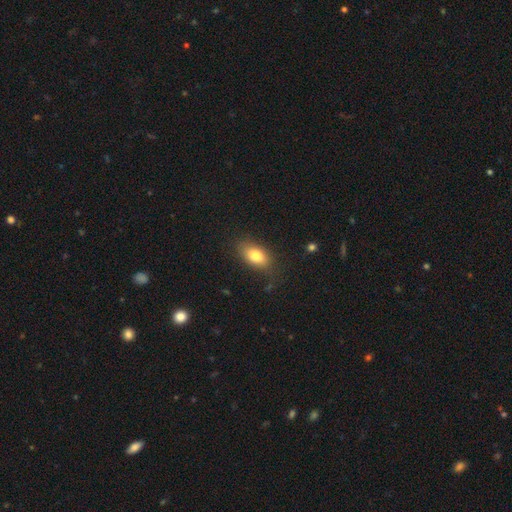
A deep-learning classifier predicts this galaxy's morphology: Smooth or featured? Predicted: smooth (p=0.81). How rounded? Predicted: in between (p=0.88). Merging? Predicted: none (p=0.79).